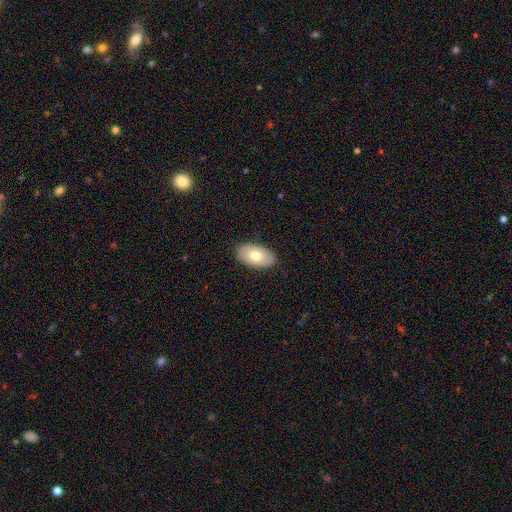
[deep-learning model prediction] smooth_or_featured: smooth (p=0.69) [alt: featured or disk p=0.25]
how_rounded: in between (p=0.94) [alt: round p=0.05]
merging: none (p=0.88) [alt: minor disturbance p=0.09]